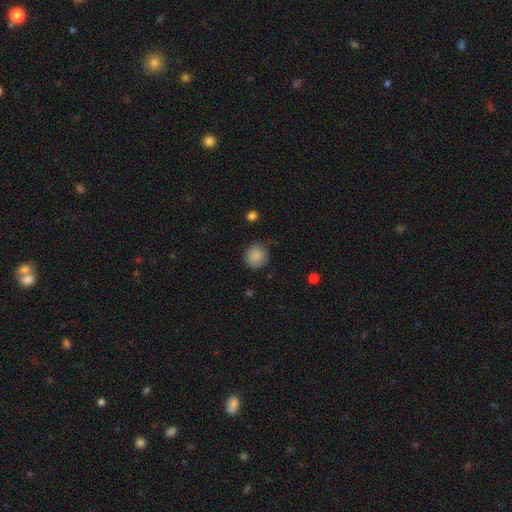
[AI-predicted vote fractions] The model was most divided on "merging": none: 83%, minor disturbance: 13%, major disturbance: 3%, merger: 1%. More confident: how rounded — round (93%); smooth or featured — smooth (87%).